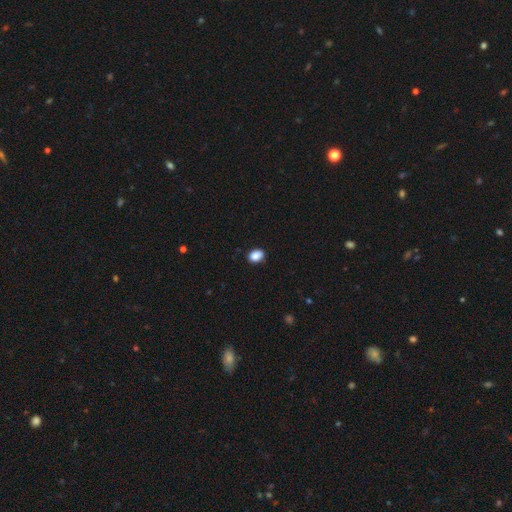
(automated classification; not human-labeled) This is clearly a smooth galaxy (88%). How rounded: likely in between (67%). Merging: clearly none (87%).